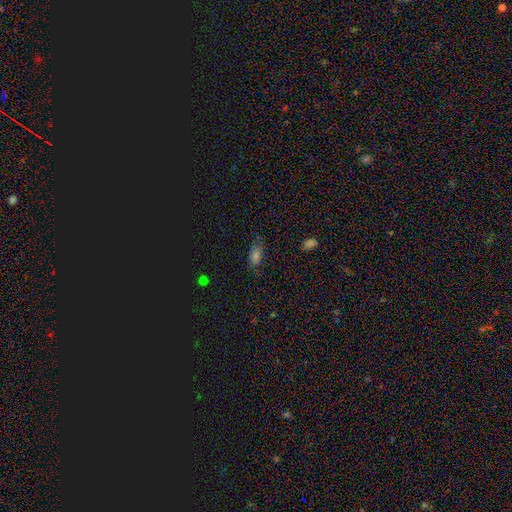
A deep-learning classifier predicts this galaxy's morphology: The model was most divided on "smooth or featured": smooth: 59%, star or artifact: 27%, featured or disk: 14%. More confident: how rounded — in between (83%); merging — none (70%).